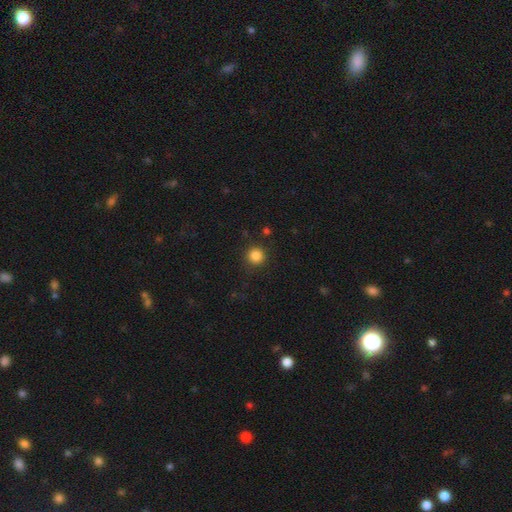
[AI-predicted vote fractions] Smooth or featured? smooth (85%)
How rounded? round (95%)
Merging? none (89%)